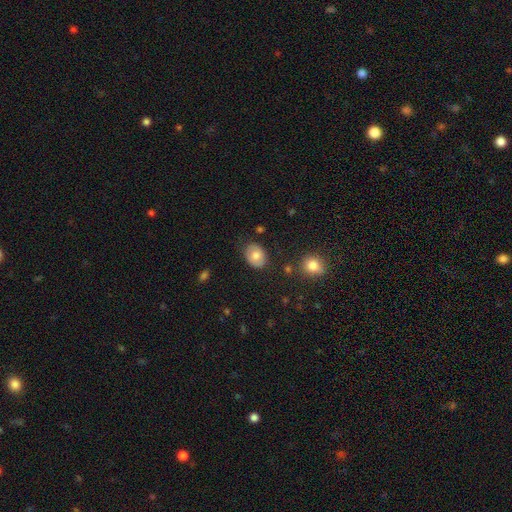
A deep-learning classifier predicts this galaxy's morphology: smooth-or-featured: smooth: 72% | featured or disk: 20% | star or artifact: 7%
  how-rounded: in between: 68% | round: 31% | cigar-shaped: 1%
  merging: none: 82% | minor disturbance: 13% | major disturbance: 3% | merger: 2%